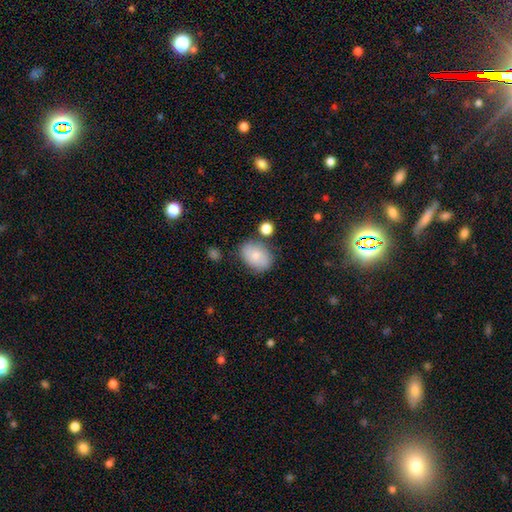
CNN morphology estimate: Overall: smooth (77%). How rounded: in between (73%). Merging: none (74%).